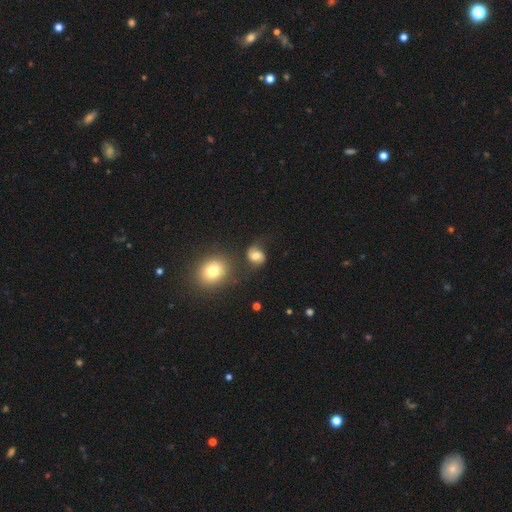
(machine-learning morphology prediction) A featured or disk galaxy (46%). Merging: none (66%).